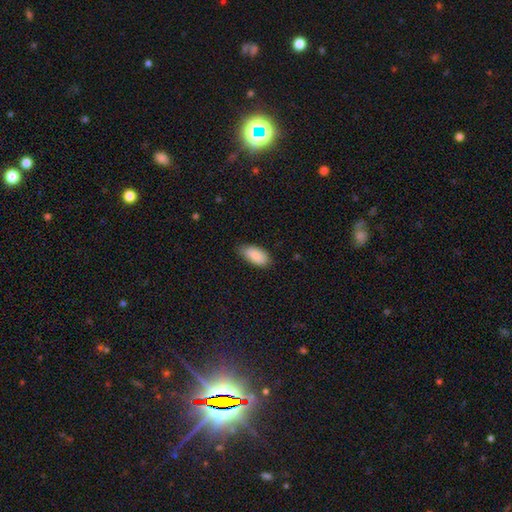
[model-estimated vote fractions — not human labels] Smooth or featured?
  - smooth: 87% *
  - featured or disk: 6%
  - star or artifact: 6%
How rounded?
  - in between: 92% *
  - cigar-shaped: 6%
  - round: 2%
Merging?
  - none: 74% *
  - minor disturbance: 22%
  - major disturbance: 3%
  - merger: 1%